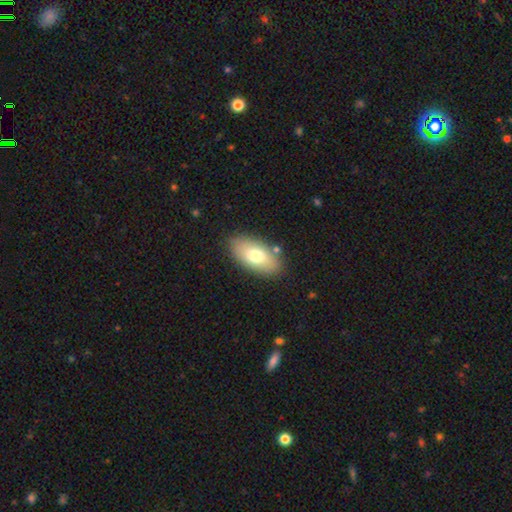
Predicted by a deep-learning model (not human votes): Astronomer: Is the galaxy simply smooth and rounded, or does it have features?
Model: smooth — 74%.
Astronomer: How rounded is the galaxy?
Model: in between — 93%.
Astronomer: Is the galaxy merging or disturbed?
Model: none — 82%.